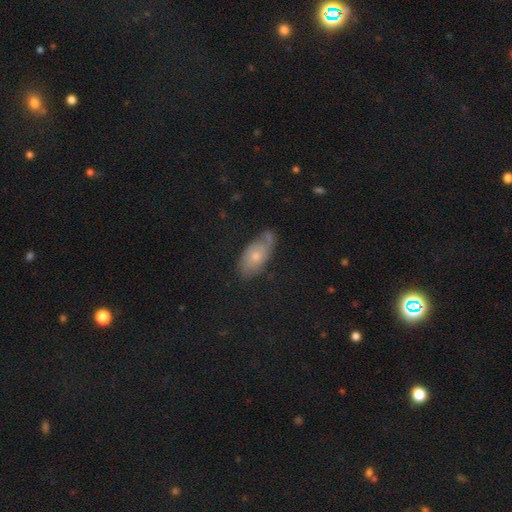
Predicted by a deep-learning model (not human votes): A smooth galaxy with no disk features (48%).

Vote fractions:
- Smooth or featured? smooth: 48% / featured or disk: 41% / star or artifact: 11%
- Merging? none: 51% / minor disturbance: 32% / major disturbance: 12% / merger: 5%